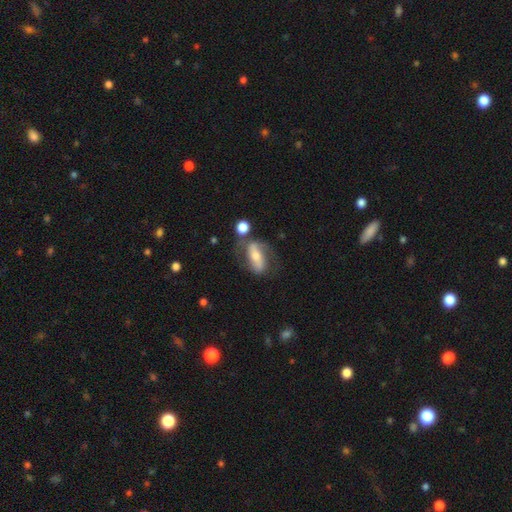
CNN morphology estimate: A featured or disk galaxy (66%) with a strong bar (51%), spiral arms (81%) and a moderate central bulge (52%).

Vote fractions:
- Smooth or featured? featured or disk: 66% / smooth: 26% / star or artifact: 8%
- Edge-on disk? no: 90% / yes: 10%
- Bar? strong: 51% / no: 25% / weak: 24%
- Spiral arms? yes: 81% / no: 19%
- Bulge size? moderate: 52% / small: 39% / large: 6% / none: 2% / dominant: 2%
- Merging? none: 56% / minor disturbance: 19% / major disturbance: 14% / merger: 10%